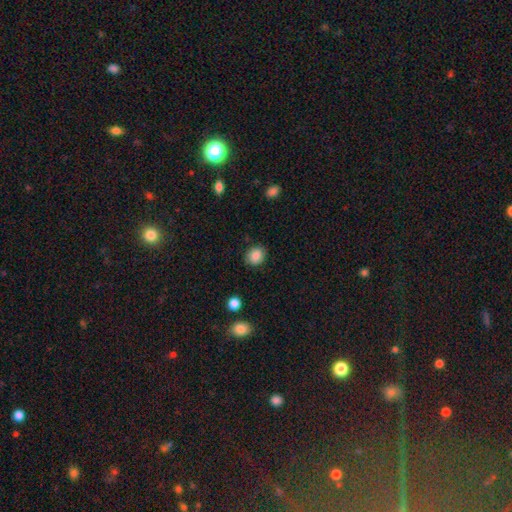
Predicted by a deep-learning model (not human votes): smooth 86%, star or artifact 9%, featured or disk 5%. Down the decision tree: how rounded — round (65%); merging — none (84%).